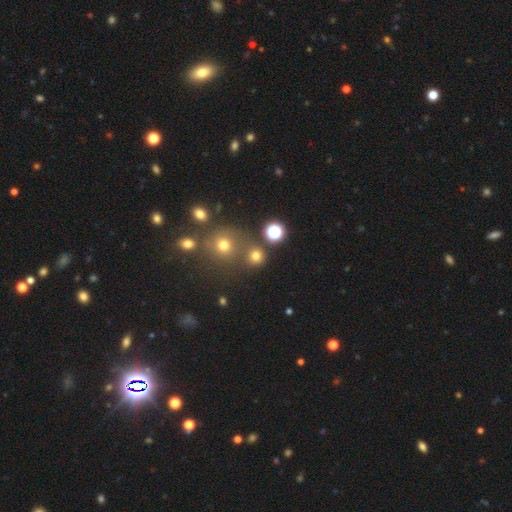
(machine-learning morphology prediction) smooth_or_featured: smooth (p=0.73) [alt: star or artifact p=0.20]
how_rounded: round (p=0.89) [alt: in between p=0.10]
merging: none (p=0.71) [alt: merger p=0.17]